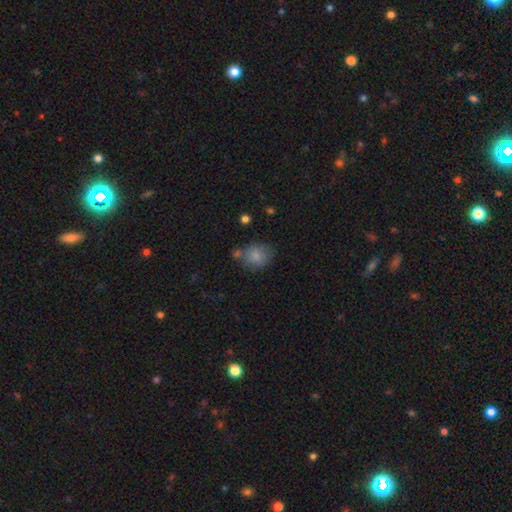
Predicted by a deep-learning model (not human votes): This appears to be a smooth galaxy with no disk features (84%) that is round (67%). Merging: none (62%).